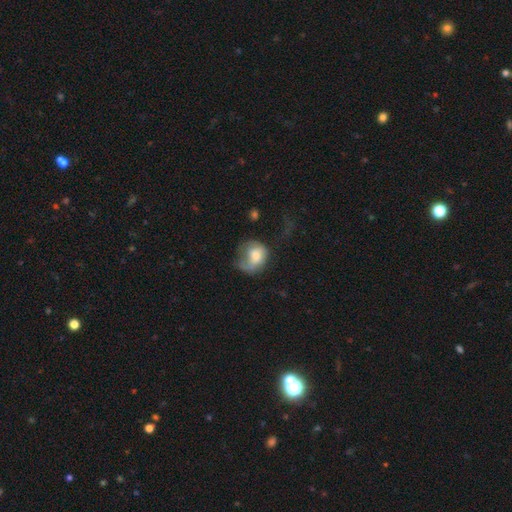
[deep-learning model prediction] The model was most divided on "how rounded": round: 56%, in between: 43%, cigar-shaped: 1%. Remaining: smooth or featured — smooth (60%); merging — major disturbance (42%).